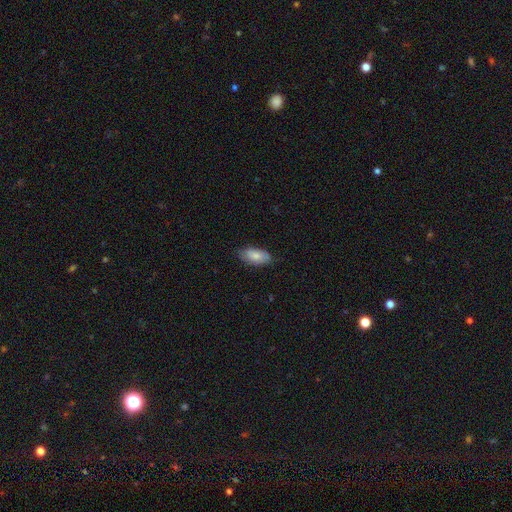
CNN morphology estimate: A smooth galaxy with no disk features (78%) that is in between round and cigar-shaped (92%).

Vote fractions:
- Smooth or featured? smooth: 78% / featured or disk: 16% / star or artifact: 6%
- How rounded? in between: 92% / cigar-shaped: 5% / round: 2%
- Merging? none: 77% / minor disturbance: 19% / major disturbance: 3% / merger: 1%